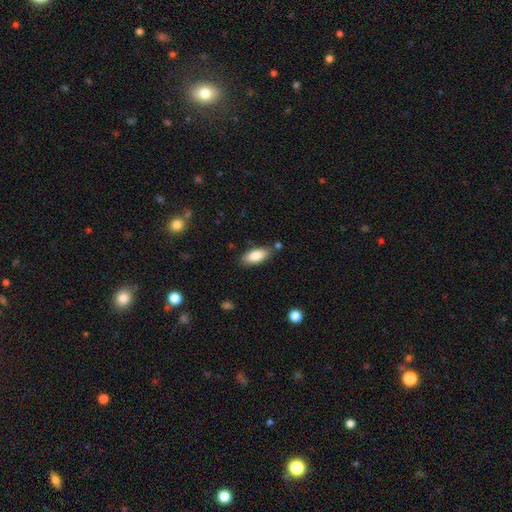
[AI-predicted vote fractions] This appears to be a smooth galaxy with no disk features (84%) that is in between round and cigar-shaped (85%). Merging: none (82%).